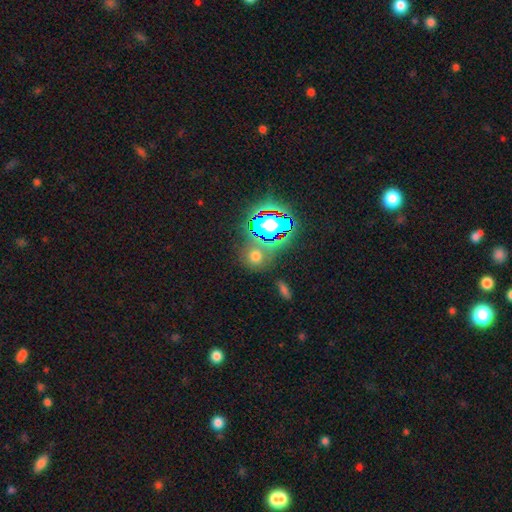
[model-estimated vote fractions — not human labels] This appears to be a smooth galaxy with no disk features (53%) that is round (82%). Merging: none (71%).